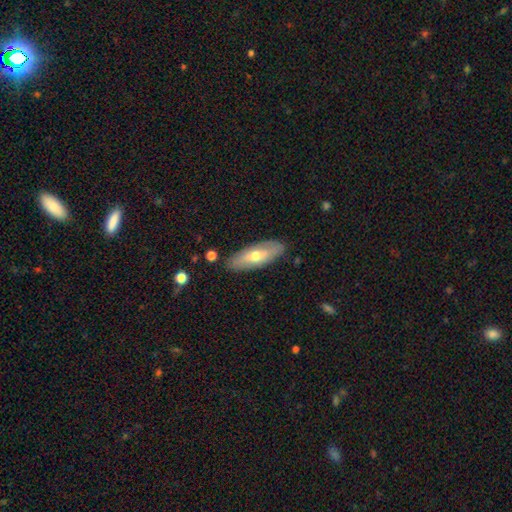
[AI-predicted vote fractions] The model was most divided on "smooth or featured": smooth: 54%, featured or disk: 40%, star or artifact: 6%. More confident: merging — none (85%); how rounded — in between (68%).